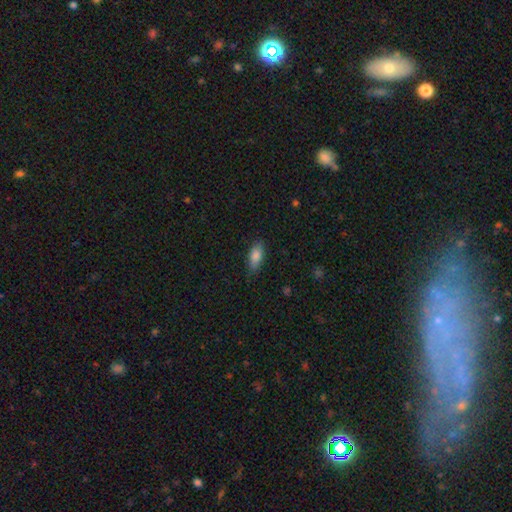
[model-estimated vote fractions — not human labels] Overall: smooth (85%). How rounded: in between (82%). Merging: none (80%).